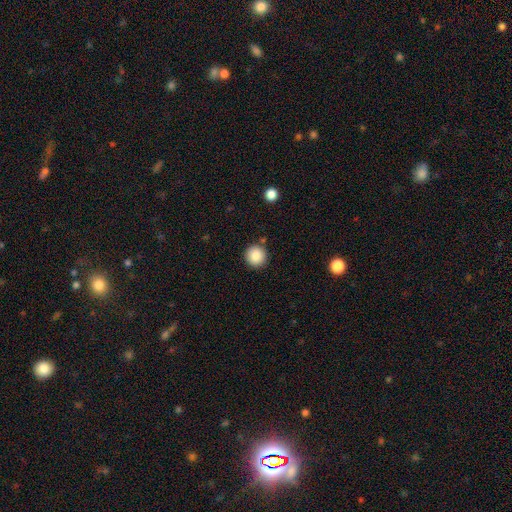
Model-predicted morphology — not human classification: Overall: smooth (86%). How rounded: round (95%). Merging: none (87%).